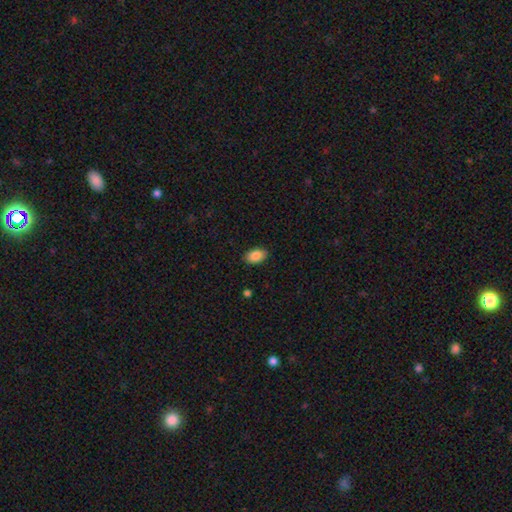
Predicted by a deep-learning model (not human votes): Smooth or featured? smooth (87%)
How rounded? in between (92%)
Merging? none (89%)